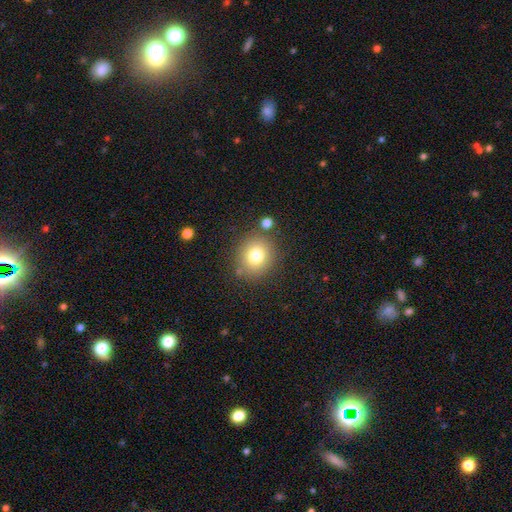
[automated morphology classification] smooth_or_featured: smooth (p=0.77) [alt: star or artifact p=0.12]
how_rounded: round (p=0.82) [alt: in between p=0.17]
merging: none (p=0.81) [alt: minor disturbance p=0.10]